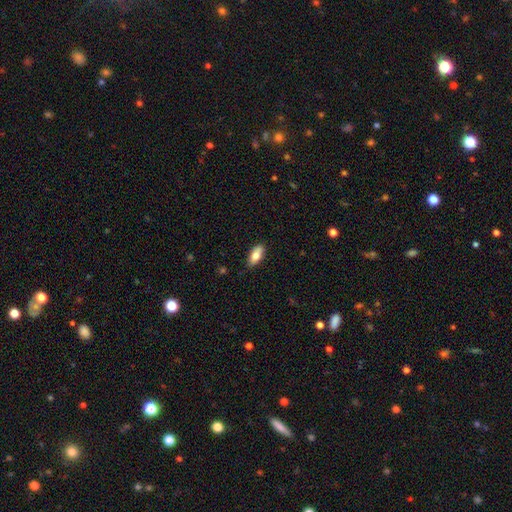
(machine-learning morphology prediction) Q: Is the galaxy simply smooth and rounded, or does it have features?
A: smooth — 78%.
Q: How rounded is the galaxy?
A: in between — 85%.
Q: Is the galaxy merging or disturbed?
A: none — 84%.